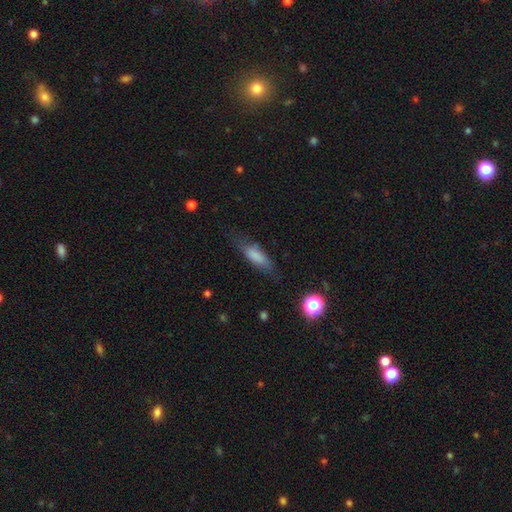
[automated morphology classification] This is likely a smooth galaxy (76%). How rounded: possibly in between (51%). Merging: likely none (67%).